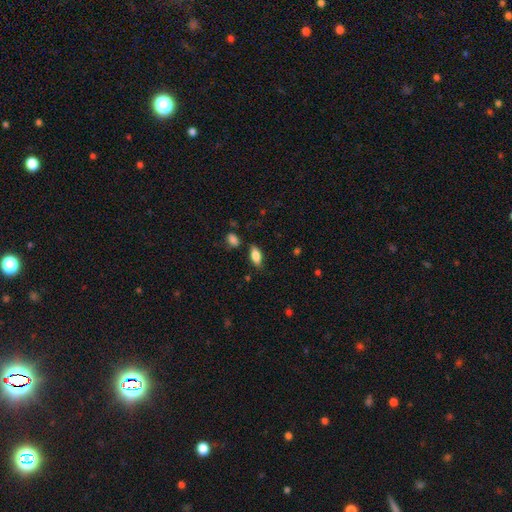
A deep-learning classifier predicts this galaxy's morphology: Smooth or featured? smooth (81%)
How rounded? in between (86%)
Merging? none (79%)